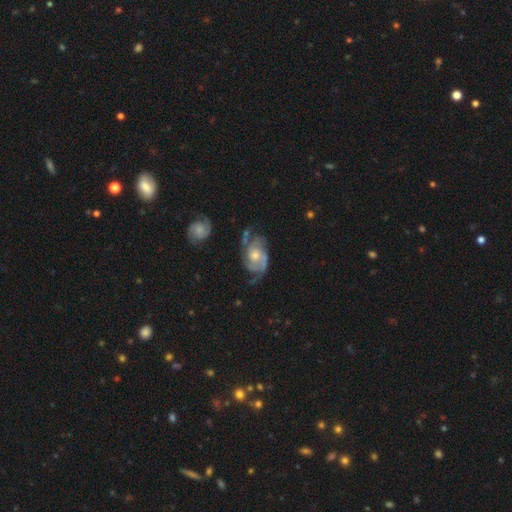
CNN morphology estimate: The model was most divided on "spiral winding" (2-way tie): tight: 43%, medium: 43%, loose: 13%. Remaining: edge-on disk — no (97%); spiral arms — yes (95%); smooth or featured — featured or disk (85%); bar — no (74%); bulge size — moderate (58%); merging — none (55%); spiral arm count — 2 (40%).